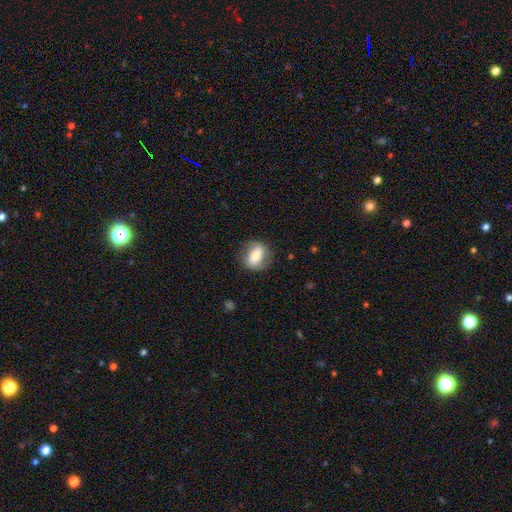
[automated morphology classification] A smooth galaxy with no disk features (58%) that is in between round and cigar-shaped (69%).

Vote fractions:
- Smooth or featured? smooth: 58% / featured or disk: 35% / star or artifact: 7%
- How rounded? in between: 69% / round: 26% / cigar-shaped: 5%
- Merging? none: 77% / minor disturbance: 16% / major disturbance: 6% / merger: 1%